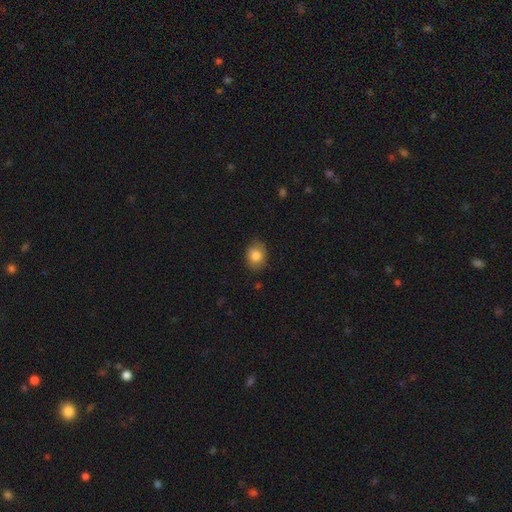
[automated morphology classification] Smooth or featured? Predicted: smooth (p=0.82). How rounded? Predicted: in between (p=0.55). Merging? Predicted: none (p=0.81).